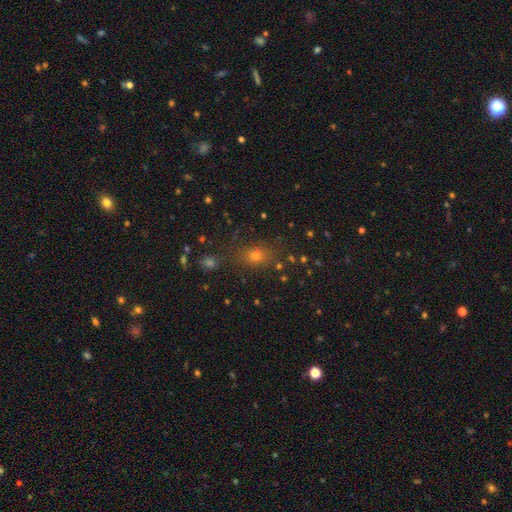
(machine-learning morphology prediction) Smooth or featured? Predicted: smooth (p=0.64). How rounded? Predicted: round (p=0.53). Merging? Predicted: none (p=0.80).